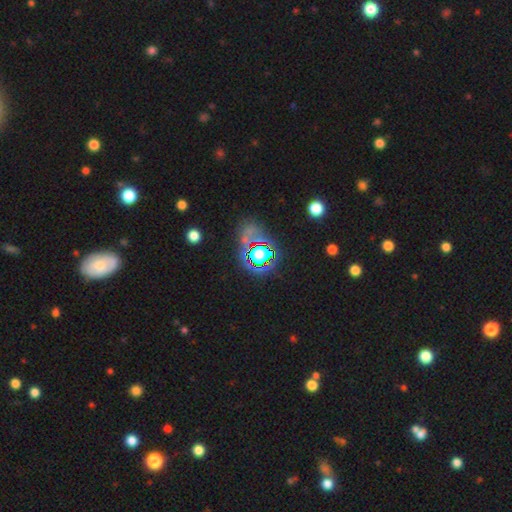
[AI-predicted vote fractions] star or artifact 59%, smooth 26%, featured or disk 15%.